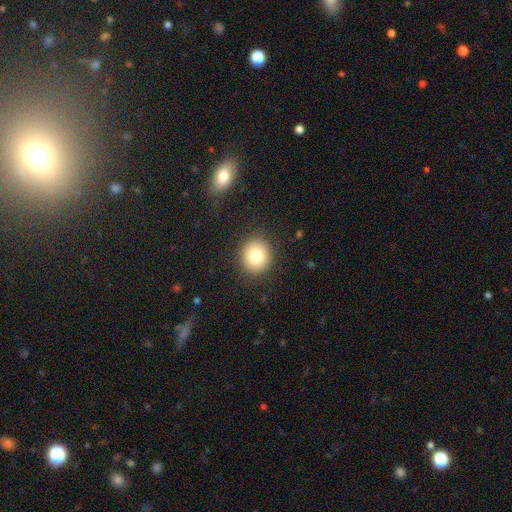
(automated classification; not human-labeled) Morphology: type=smooth (81%); roundness=round (82%); merging=none (89%).